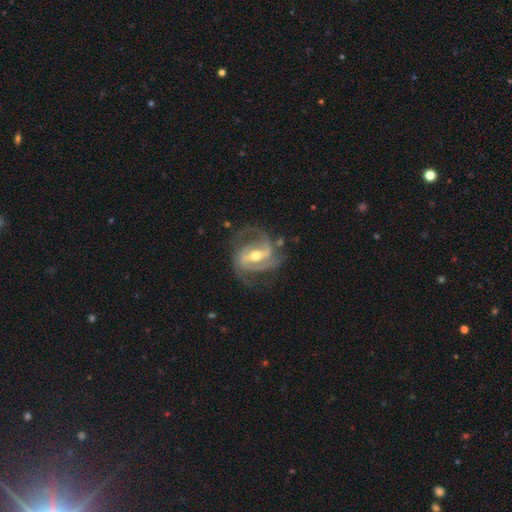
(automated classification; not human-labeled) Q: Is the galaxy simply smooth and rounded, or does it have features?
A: featured or disk — 91%.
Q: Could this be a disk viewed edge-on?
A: no — 96%.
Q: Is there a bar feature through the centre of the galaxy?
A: strong — 58%.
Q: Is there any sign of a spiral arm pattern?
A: yes — 96%.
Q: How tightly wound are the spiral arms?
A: medium — 50%.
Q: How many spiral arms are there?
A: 2 — 62%.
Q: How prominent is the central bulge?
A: moderate — 70%.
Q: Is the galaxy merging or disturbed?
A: none — 66%.